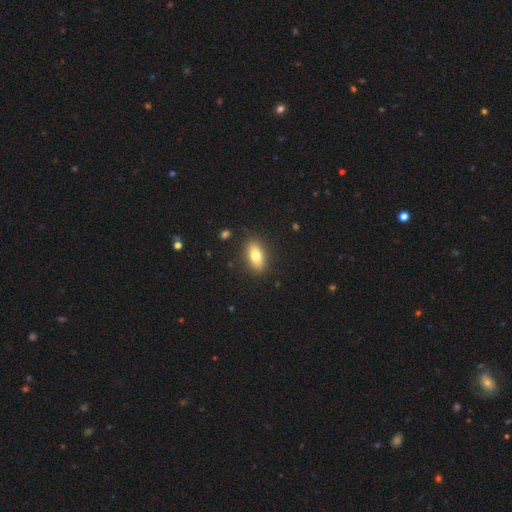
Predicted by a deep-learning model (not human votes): A smooth galaxy with no disk features (77%) that is in between round and cigar-shaped (86%).

Vote fractions:
- Smooth or featured? smooth: 77% / featured or disk: 15% / star or artifact: 7%
- How rounded? in between: 86% / cigar-shaped: 9% / round: 5%
- Merging? none: 87% / minor disturbance: 9% / major disturbance: 2% / merger: 1%